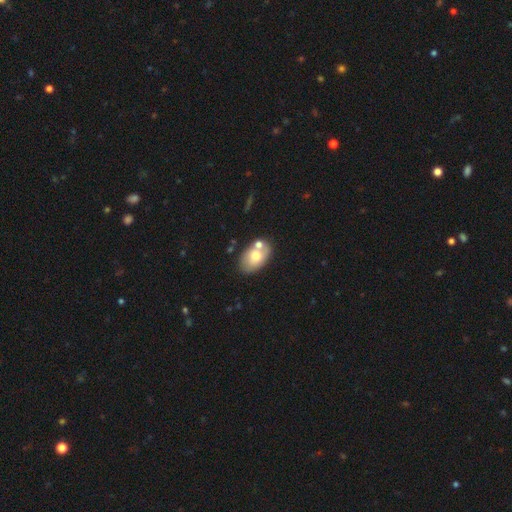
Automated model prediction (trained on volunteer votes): smooth-or-featured: smooth: 67% | featured or disk: 26% | star or artifact: 7%
  how-rounded: in between: 88% | round: 11% | cigar-shaped: 1%
  merging: none: 60% | merger: 21% | minor disturbance: 15% | major disturbance: 4%